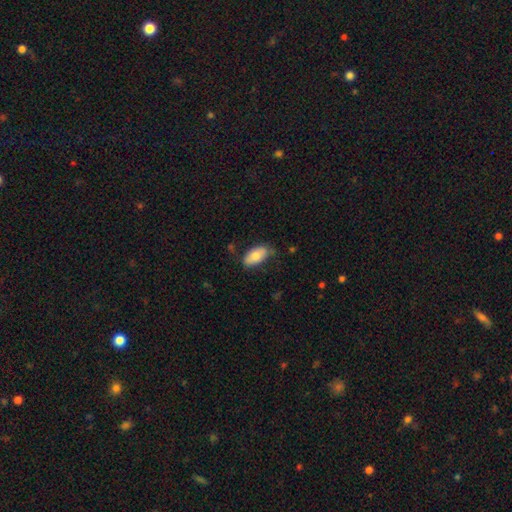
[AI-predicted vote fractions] Q: Smooth or featured?
A: smooth (75%); runner-up: featured or disk (19%)
Q: How rounded?
A: in between (93%); runner-up: cigar-shaped (4%)
Q: Merging?
A: none (72%); runner-up: minor disturbance (22%)